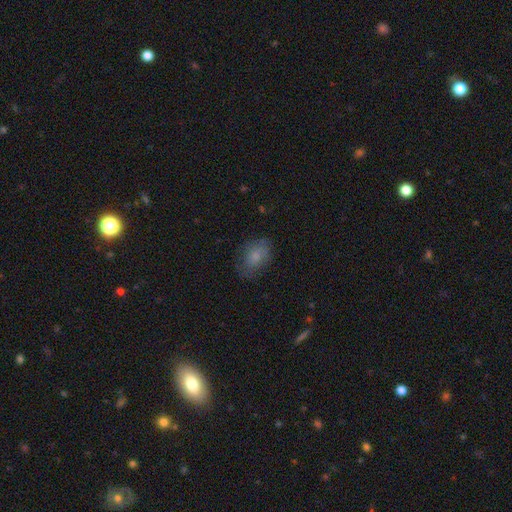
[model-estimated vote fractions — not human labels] A smooth galaxy with no disk features (75%) that is in between round and cigar-shaped (81%). Merging: none (66%).